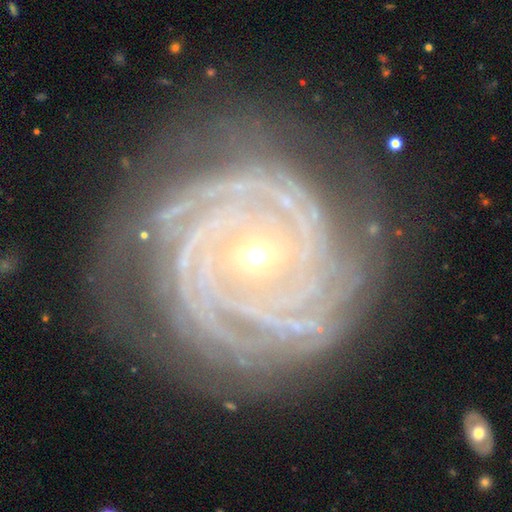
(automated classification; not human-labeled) smooth_or_featured: featured or disk (p=0.90) [alt: star or artifact p=0.05]
disk_edge_on: no (p=0.97) [alt: yes p=0.03]
bar: no (p=0.63) [alt: weak p=0.23]
has_spiral_arms: yes (p=0.98) [alt: no p=0.02]
spiral_winding: tight (p=0.83) [alt: medium p=0.14]
spiral_arm_count: 2 (p=0.19) [tied with: 3 p=0.19, can't tell p=0.19]
bulge_size: small (p=0.72) [alt: moderate p=0.24]
merging: none (p=0.70) [alt: minor disturbance p=0.18]